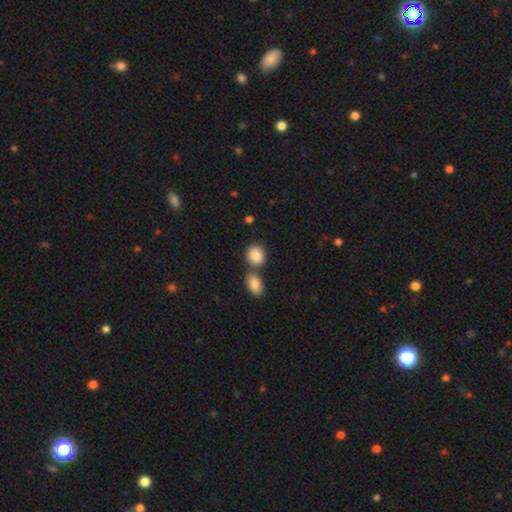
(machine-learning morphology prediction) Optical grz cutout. It shows a smooth galaxy with no disk features (88%) that is round (57%). Merging: none (52%).